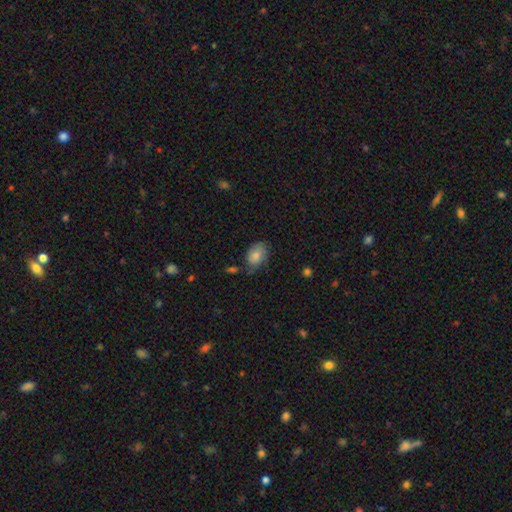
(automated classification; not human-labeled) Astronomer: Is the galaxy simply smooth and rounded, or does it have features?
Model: smooth — 79%.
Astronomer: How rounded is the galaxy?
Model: in between — 82%.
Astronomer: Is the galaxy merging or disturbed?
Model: none — 57%.